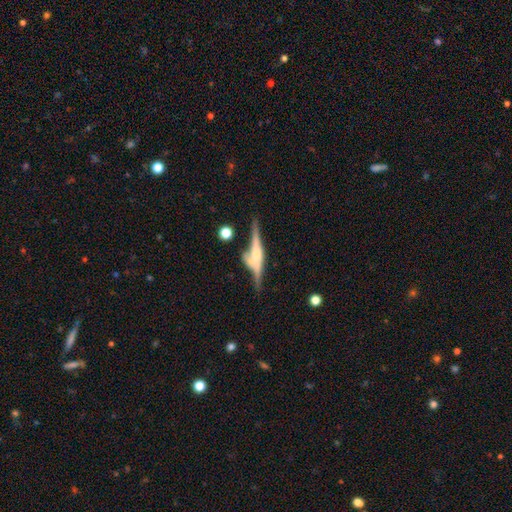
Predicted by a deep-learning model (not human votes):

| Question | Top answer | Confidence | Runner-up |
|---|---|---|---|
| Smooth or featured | featured or disk | 68% | smooth (25%) |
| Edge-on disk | yes | 90% | no (10%) |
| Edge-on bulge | rounded | 65% | boxy (19%) |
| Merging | none | 48% | merger (21%) |